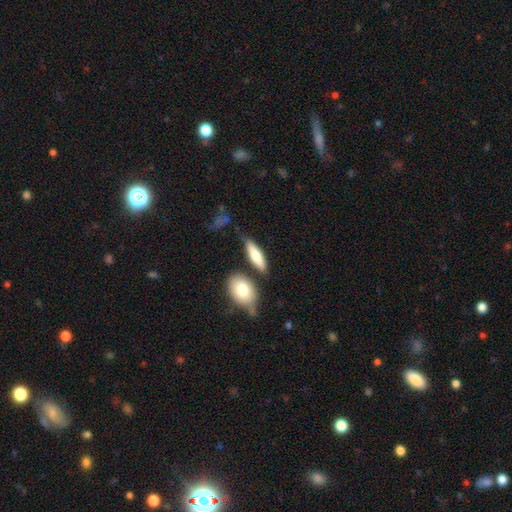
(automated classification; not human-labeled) This appears to be a smooth galaxy with no disk features (71%) that is cigar-shaped (52%). Merging: none (69%).